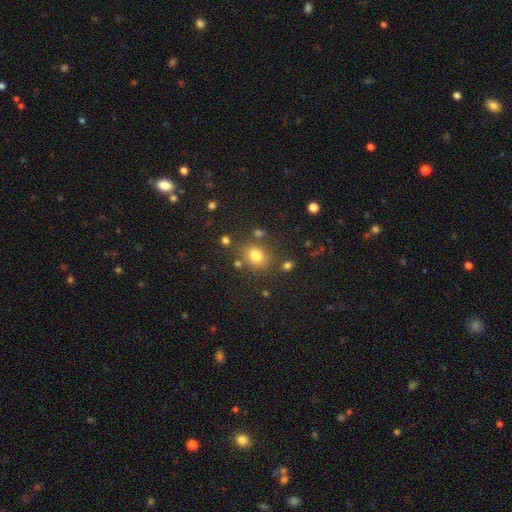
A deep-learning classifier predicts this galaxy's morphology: Smooth or featured: smooth — 78% (star or artifact — 14%)
How rounded: round — 56% (in between — 43%)
Merging: none — 76% (minor disturbance — 12%)